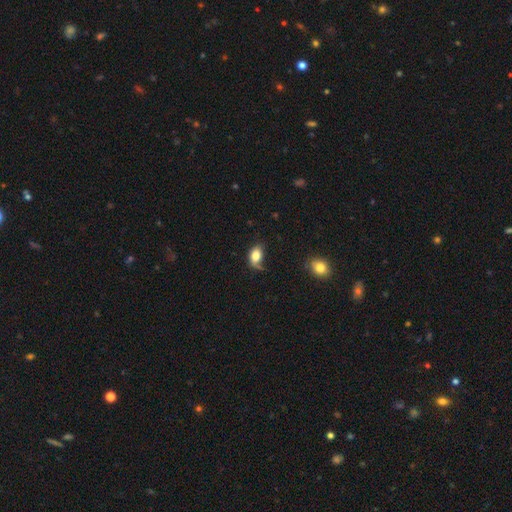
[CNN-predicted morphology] Smooth or featured? smooth (78%)
How rounded? in between (81%)
Merging? none (43%)